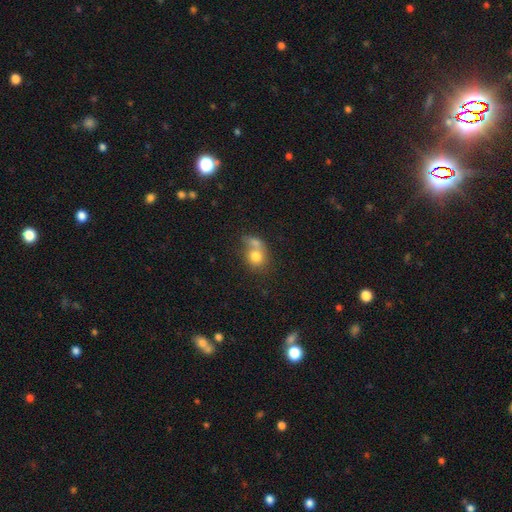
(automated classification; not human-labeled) This is likely a smooth galaxy (75%). How rounded: likely round (64%). Merging: possibly merger (56%).